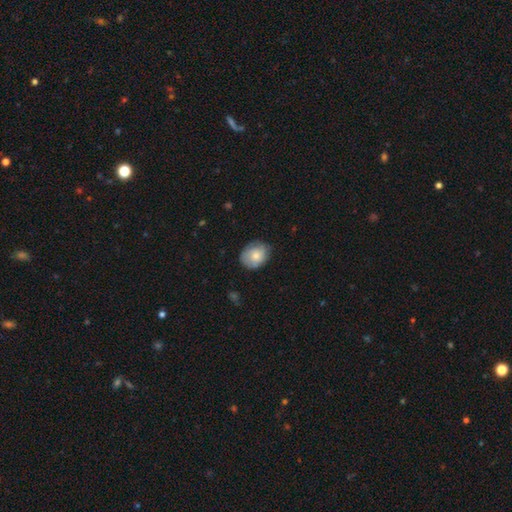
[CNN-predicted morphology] Smooth or featured? Predicted: smooth (p=0.72). How rounded? Predicted: round (p=0.53). Merging? Predicted: none (p=0.72).